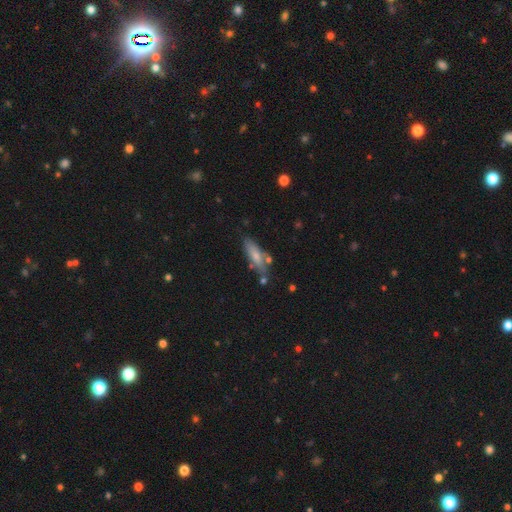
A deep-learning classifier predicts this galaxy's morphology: Smooth or featured? Predicted: smooth (p=0.68). How rounded? Predicted: cigar-shaped (p=0.56). Merging? Predicted: none (p=0.66).